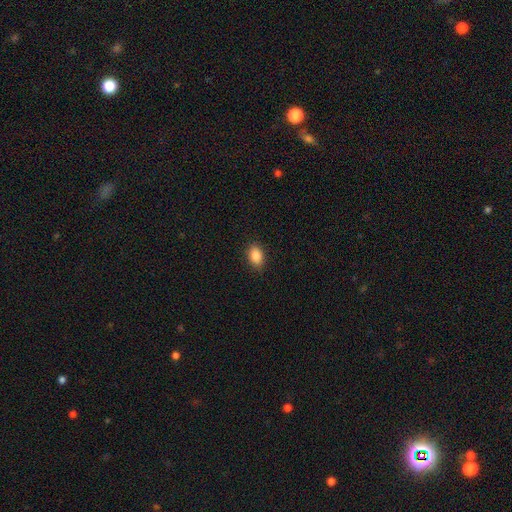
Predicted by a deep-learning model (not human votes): A smooth galaxy with no disk features (86%) that is in between round and cigar-shaped (83%). Merging: none (88%).